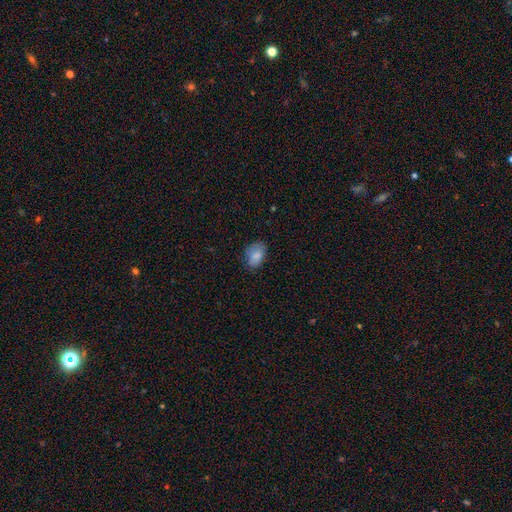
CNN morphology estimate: Smooth or featured? Predicted: smooth (p=0.83). How rounded? Predicted: in between (p=0.82). Merging? Predicted: none (p=0.68).